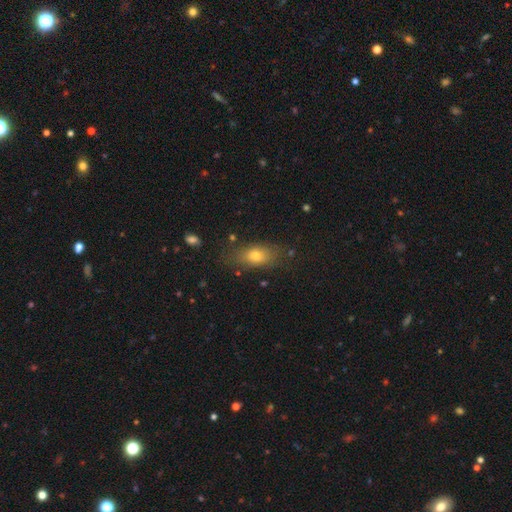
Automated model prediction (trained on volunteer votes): smooth 73%, featured or disk 16%, star or artifact 11%. Down the decision tree: how rounded — in between (77%); merging — none (77%).